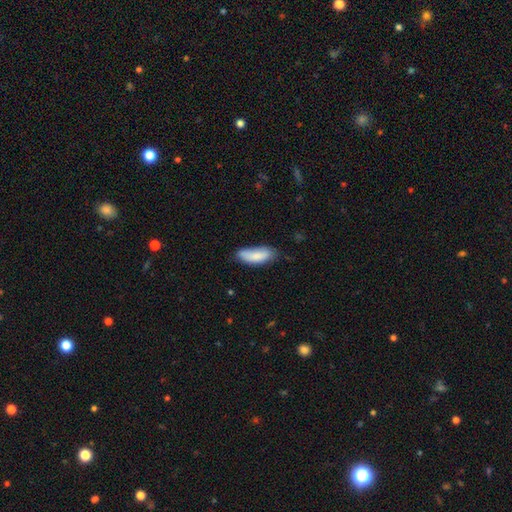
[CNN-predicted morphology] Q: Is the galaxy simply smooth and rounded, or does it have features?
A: smooth — 84%.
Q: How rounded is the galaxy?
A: in between — 73%.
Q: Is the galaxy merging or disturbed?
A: none — 60%.